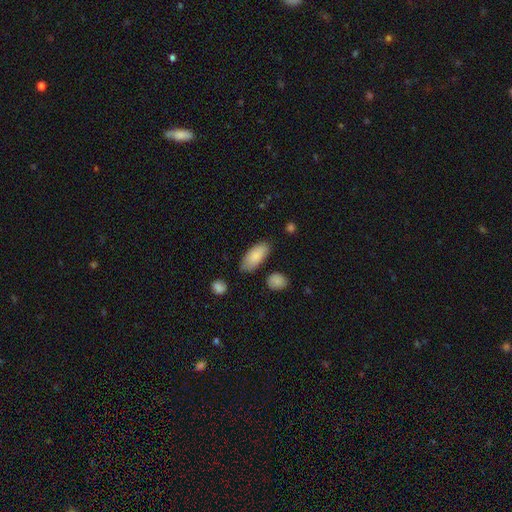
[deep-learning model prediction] Q: Smooth or featured?
A: smooth (85%); runner-up: featured or disk (9%)
Q: How rounded?
A: in between (87%); runner-up: cigar-shaped (11%)
Q: Merging?
A: none (78%); runner-up: minor disturbance (16%)